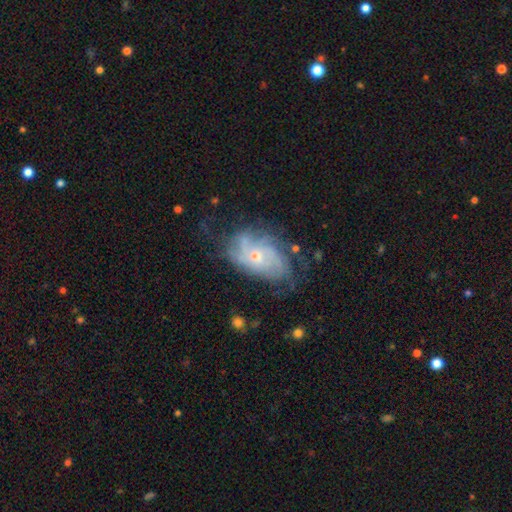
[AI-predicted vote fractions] Smooth or featured?
  - featured or disk: 76% *
  - smooth: 16%
  - star or artifact: 8%
Edge-on disk?
  - no: 95% *
  - yes: 5%
Bar?
  - no: 79% *
  - weak: 18%
  - strong: 3%
Spiral arms?
  - yes: 86% *
  - no: 14%
Spiral winding?
  - tight: 48% *
  - medium: 35%
  - loose: 17%
Spiral arm count?
  - can't tell: 44% *
  - 4: 15%
  - 3: 14%
  - 2: 14%
  - more than 4: 7%
  - 1: 5%
Bulge size?
  - small: 61% *
  - moderate: 36%
  - large: 2%
  - none: 1%
  - dominant: 1%
Merging?
  - none: 58% *
  - minor disturbance: 24%
  - major disturbance: 15%
  - merger: 2%